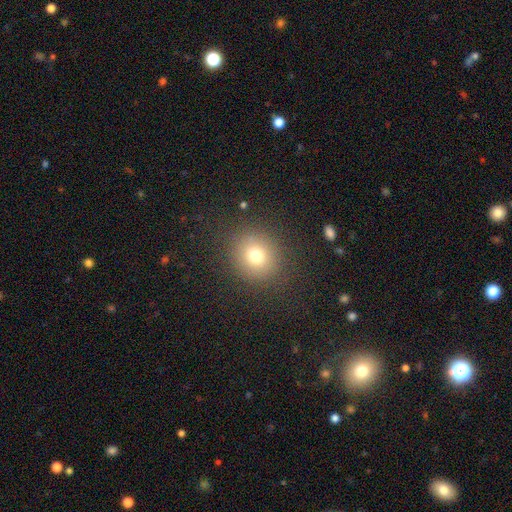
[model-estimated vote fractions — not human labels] This appears to be a smooth galaxy with no disk features (75%) that is round (85%). Merging: none (87%).